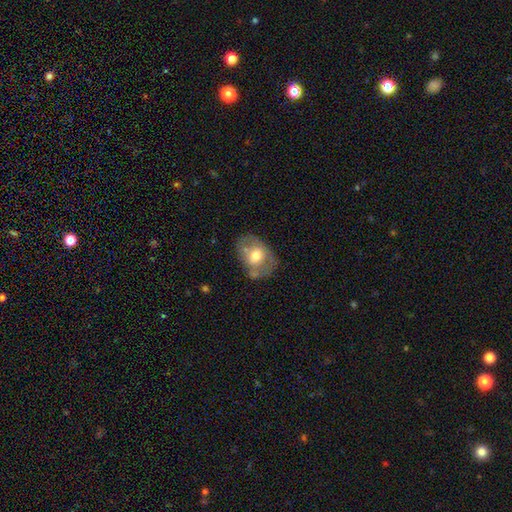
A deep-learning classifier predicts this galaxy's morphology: This appears to be a smooth galaxy with no disk features (55%) that is in between round and cigar-shaped (71%). Merging: none (59%).